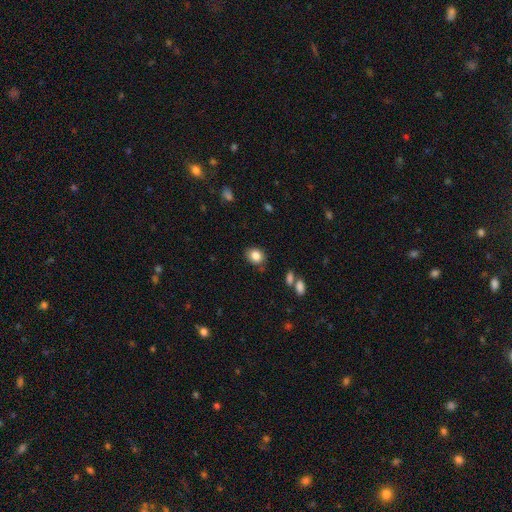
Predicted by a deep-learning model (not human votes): Q: Smooth or featured?
A: smooth (84%); runner-up: star or artifact (9%)
Q: How rounded?
A: round (52%); runner-up: in between (46%)
Q: Merging?
A: none (81%); runner-up: minor disturbance (13%)